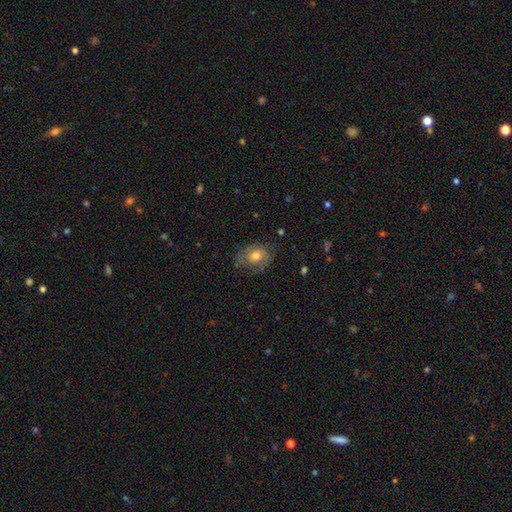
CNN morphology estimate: Smooth or featured?
  - featured or disk: 48% *
  - smooth: 42%
  - star or artifact: 11%
Merging?
  - none: 65% *
  - minor disturbance: 22%
  - major disturbance: 11%
  - merger: 1%